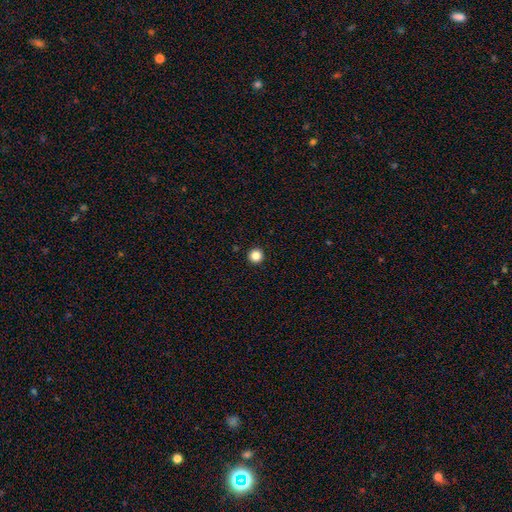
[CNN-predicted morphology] The model was most divided on "smooth or featured": smooth: 85%, star or artifact: 11%, featured or disk: 4%. More confident: how rounded — round (97%); merging — none (94%).